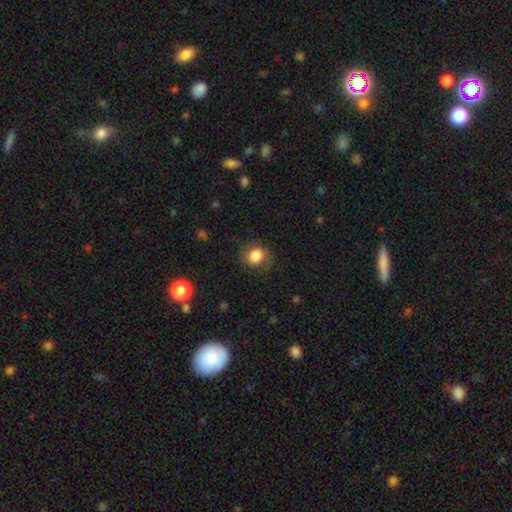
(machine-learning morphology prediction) Smooth or featured: smooth — 84% (star or artifact — 9%)
How rounded: round — 76% (in between — 23%)
Merging: none — 76% (minor disturbance — 16%)